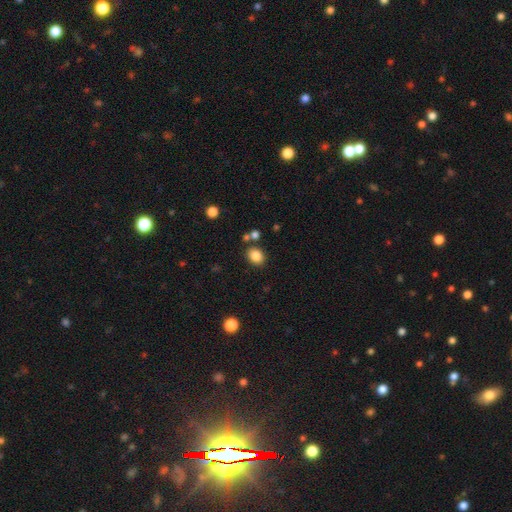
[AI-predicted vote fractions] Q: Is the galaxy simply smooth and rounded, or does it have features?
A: smooth — 84%.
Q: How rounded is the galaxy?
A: in between — 50%.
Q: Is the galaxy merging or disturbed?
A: none — 79%.